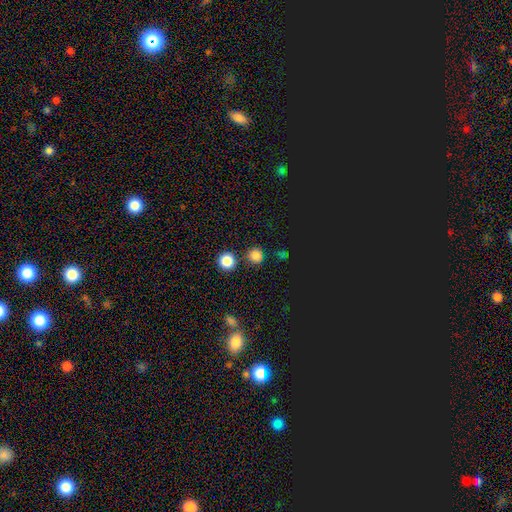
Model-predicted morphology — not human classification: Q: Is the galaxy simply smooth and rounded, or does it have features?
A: smooth — 75%.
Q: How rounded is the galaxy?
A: round — 93%.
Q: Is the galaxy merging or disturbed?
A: none — 84%.